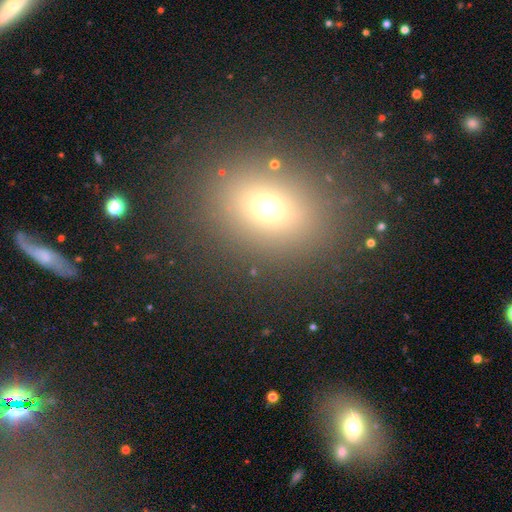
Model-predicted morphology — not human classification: smooth-or-featured: smooth: 62% | star or artifact: 26% | featured or disk: 12%
  how-rounded: in between: 52% | round: 46% | cigar-shaped: 2%
  merging: none: 84% | minor disturbance: 8% | major disturbance: 4% | merger: 4%